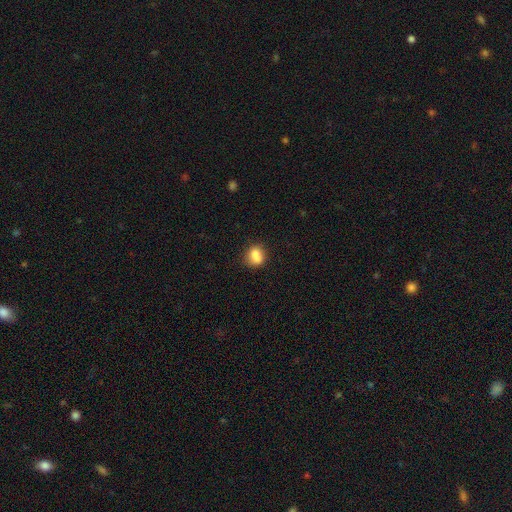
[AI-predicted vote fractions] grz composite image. It shows a smooth galaxy with no disk features (81%) that is round (59%). Merging: none (59%).